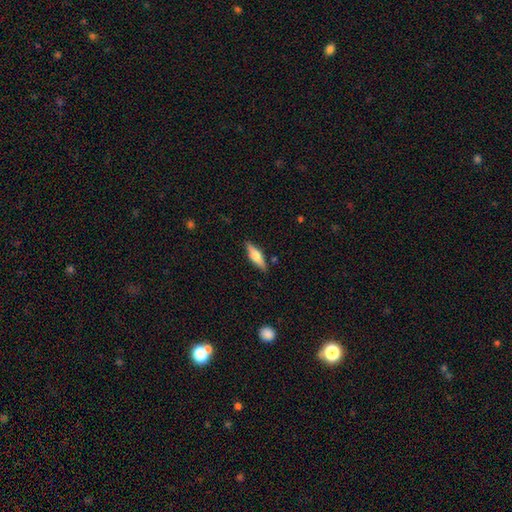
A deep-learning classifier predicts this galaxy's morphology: Smooth or featured?
  - featured or disk: 53% *
  - smooth: 40%
  - star or artifact: 7%
Edge-on disk?
  - yes: 95% *
  - no: 5%
Edge-on bulge?
  - rounded: 88% *
  - boxy: 9%
  - none: 3%
Merging?
  - none: 87% *
  - minor disturbance: 9%
  - major disturbance: 2%
  - merger: 2%